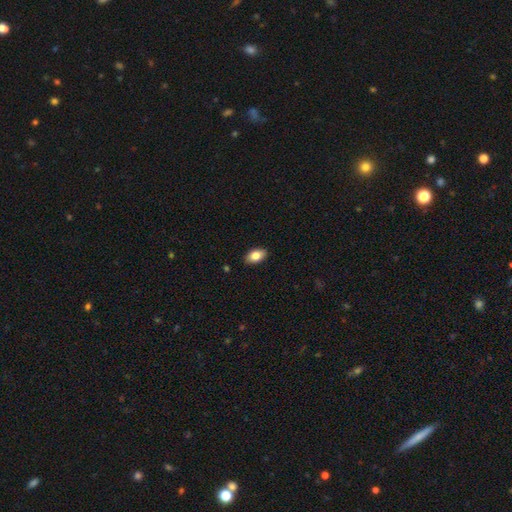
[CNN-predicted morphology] Q: Smooth or featured?
A: smooth (83%); runner-up: featured or disk (10%)
Q: How rounded?
A: in between (91%); runner-up: round (6%)
Q: Merging?
A: none (88%); runner-up: minor disturbance (9%)